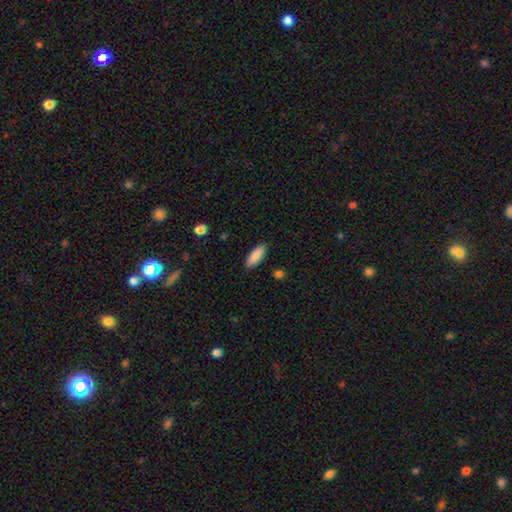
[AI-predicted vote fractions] smooth-or-featured: smooth: 89% | star or artifact: 6% | featured or disk: 5%
  how-rounded: in between: 70% | cigar-shaped: 28% | round: 2%
  merging: none: 87% | minor disturbance: 10% | major disturbance: 2% | merger: 1%